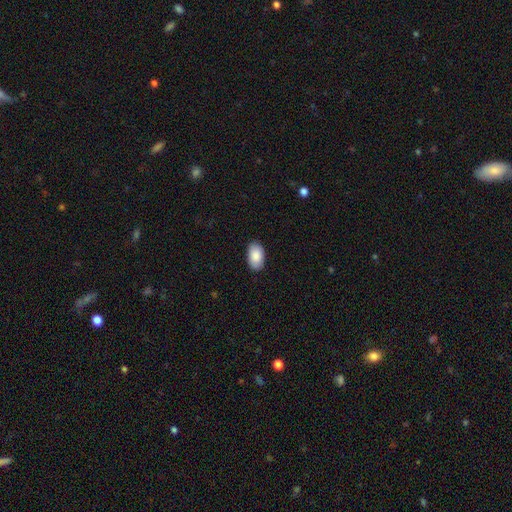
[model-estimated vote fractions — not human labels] smooth-or-featured: smooth: 89% | star or artifact: 6% | featured or disk: 5%
  how-rounded: in between: 93% | round: 5% | cigar-shaped: 1%
  merging: none: 87% | minor disturbance: 10% | major disturbance: 2% | merger: 1%